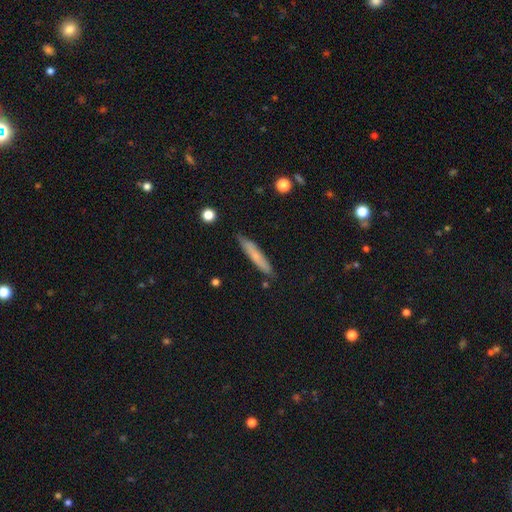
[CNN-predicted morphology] A smooth galaxy with no disk features (68%) that is cigar-shaped (93%).

Vote fractions:
- Smooth or featured? smooth: 68% / featured or disk: 26% / star or artifact: 7%
- How rounded? cigar-shaped: 93% / in between: 6% / round: 1%
- Merging? none: 85% / minor disturbance: 11% / major disturbance: 2% / merger: 2%